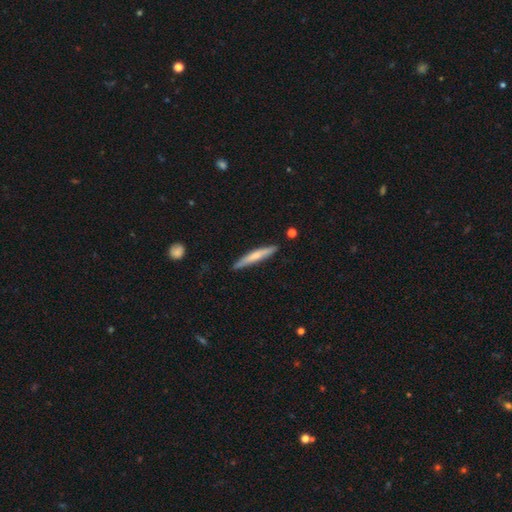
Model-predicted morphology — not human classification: This appears to be a smooth galaxy with no disk features (60%) that is cigar-shaped (94%). Merging: none (86%).